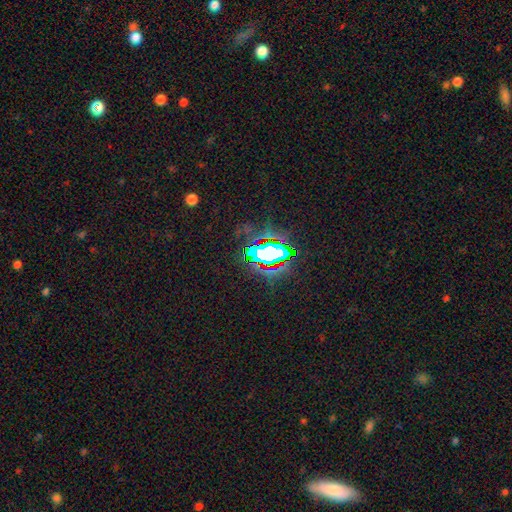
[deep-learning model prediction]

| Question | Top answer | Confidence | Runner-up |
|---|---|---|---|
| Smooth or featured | star or artifact | 79% | smooth (13%) |